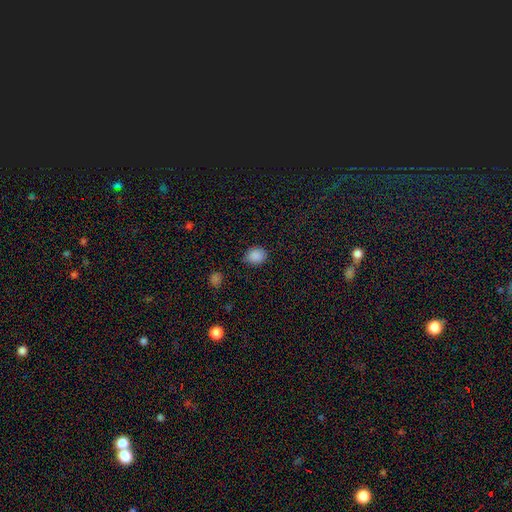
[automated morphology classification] smooth_or_featured: smooth (p=0.87) [alt: star or artifact p=0.10]
how_rounded: round (p=0.50) [alt: in between p=0.49]
merging: none (p=0.78) [alt: minor disturbance p=0.17]